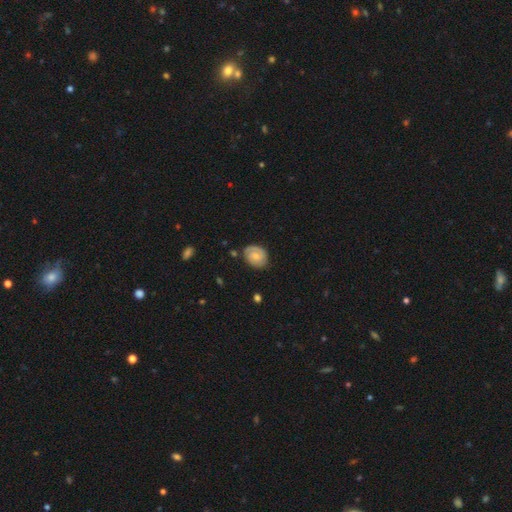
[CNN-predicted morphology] A featured or disk galaxy (57%) with no bar (66%), spiral arms (86%) and a small central bulge (46%). Merging: none (76%).